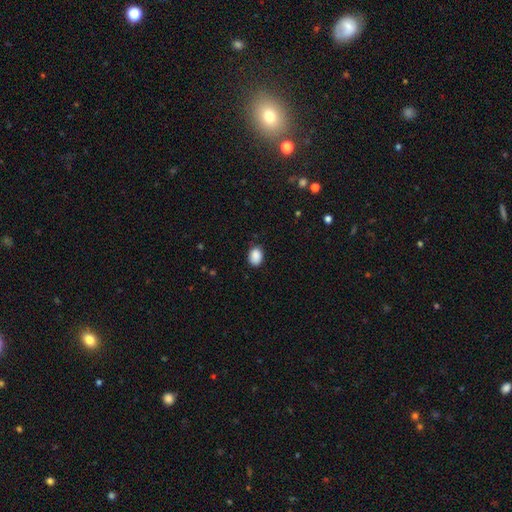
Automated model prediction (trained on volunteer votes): Smooth or featured?
  - smooth: 89% *
  - star or artifact: 8%
  - featured or disk: 3%
How rounded?
  - in between: 71% *
  - round: 28%
  - cigar-shaped: 1%
Merging?
  - none: 81% *
  - minor disturbance: 15%
  - major disturbance: 3%
  - merger: 1%